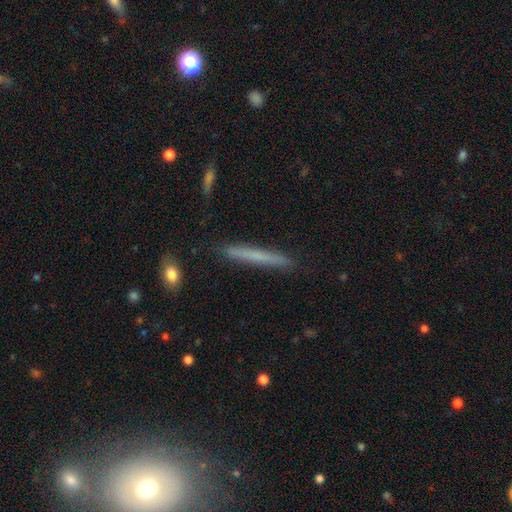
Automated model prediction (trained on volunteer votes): Q: Smooth or featured?
A: smooth (60%); runner-up: featured or disk (33%)
Q: How rounded?
A: cigar-shaped (96%); runner-up: in between (2%)
Q: Merging?
A: none (89%); runner-up: minor disturbance (8%)